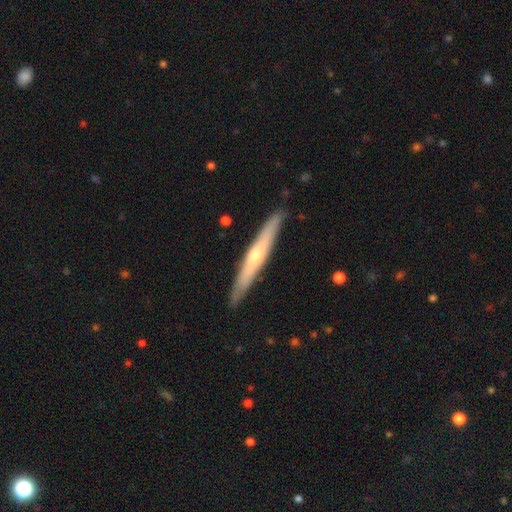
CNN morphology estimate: Q: Smooth or featured?
A: featured or disk (54%); runner-up: smooth (41%)
Q: Edge-on disk?
A: yes (94%); runner-up: no (6%)
Q: Edge-on bulge?
A: rounded (68%); runner-up: none (27%)
Q: Merging?
A: none (90%); runner-up: minor disturbance (8%)